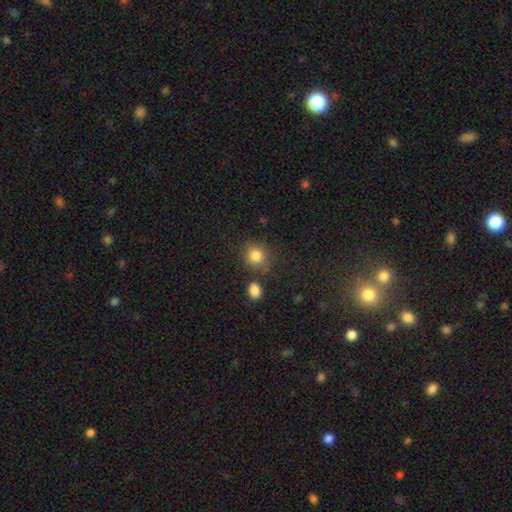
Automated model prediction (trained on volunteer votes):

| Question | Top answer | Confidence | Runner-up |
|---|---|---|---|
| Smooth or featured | smooth | 83% | star or artifact (11%) |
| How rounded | round | 81% | in between (18%) |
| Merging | none | 75% | minor disturbance (13%) |